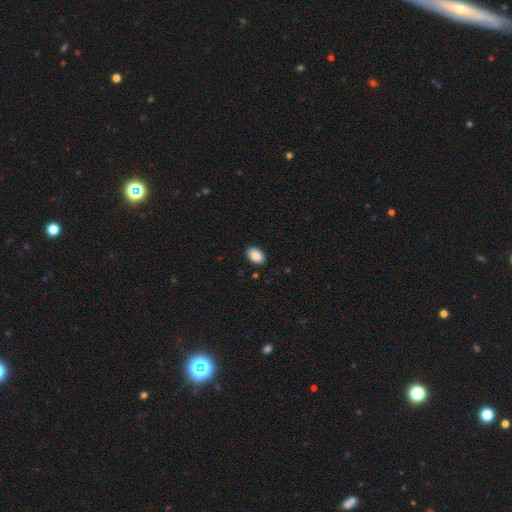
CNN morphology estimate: A smooth galaxy with no disk features (88%) that is in between round and cigar-shaped (90%). Merging: none (89%).